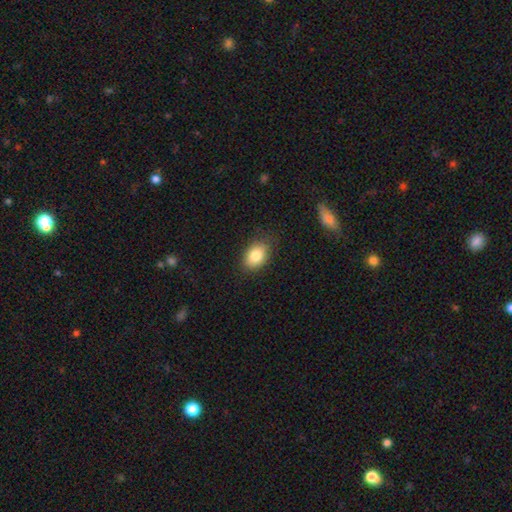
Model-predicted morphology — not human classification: smooth_or_featured: smooth (p=0.83) [alt: featured or disk p=0.09]
how_rounded: in between (p=0.79) [alt: round p=0.19]
merging: none (p=0.80) [alt: minor disturbance p=0.15]